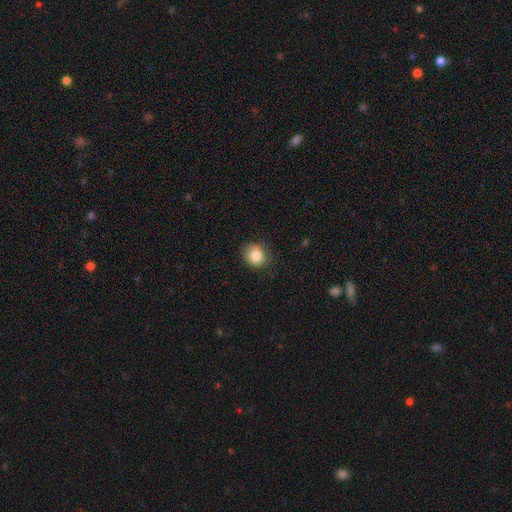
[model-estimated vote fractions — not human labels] Smooth or featured: smooth — 84% (star or artifact — 10%)
How rounded: round — 76% (in between — 23%)
Merging: none — 79% (minor disturbance — 16%)